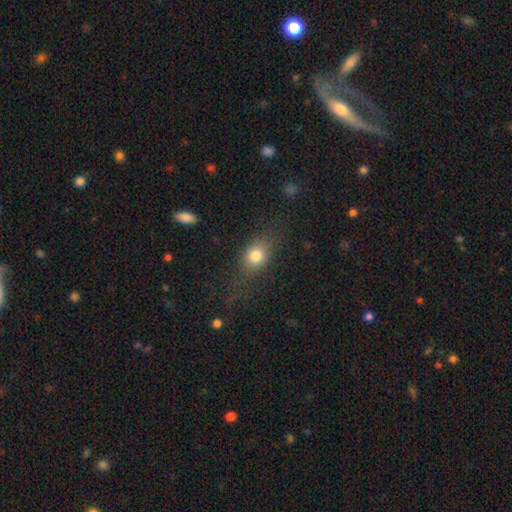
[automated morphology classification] A smooth galaxy with no disk features (78%) that is in between round and cigar-shaped (55%). Merging: none (65%).